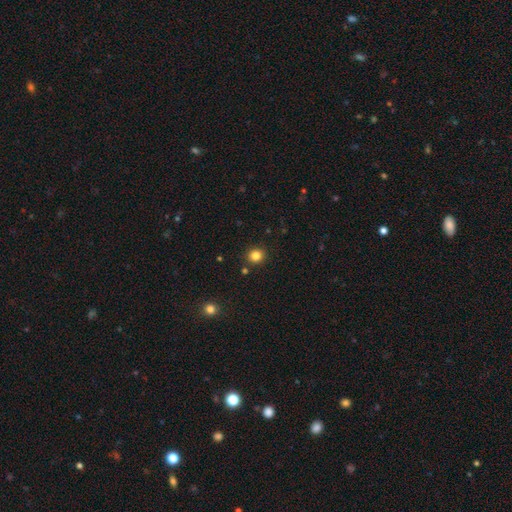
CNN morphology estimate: A smooth galaxy with no disk features (82%) that is round (86%). Merging: none (89%).